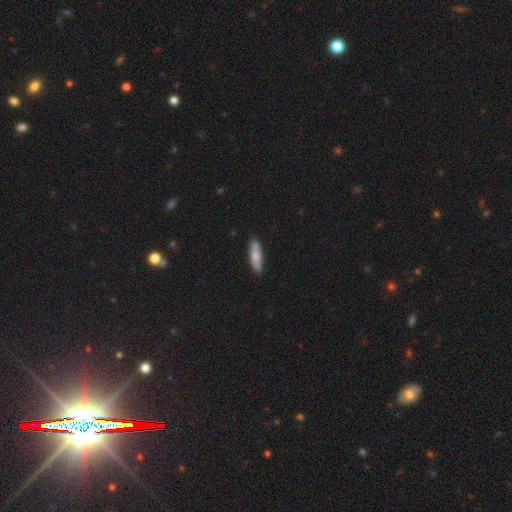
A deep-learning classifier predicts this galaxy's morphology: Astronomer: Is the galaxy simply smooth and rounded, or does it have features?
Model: smooth — 80%.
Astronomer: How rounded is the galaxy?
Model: cigar-shaped — 66%.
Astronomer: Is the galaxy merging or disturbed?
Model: none — 88%.